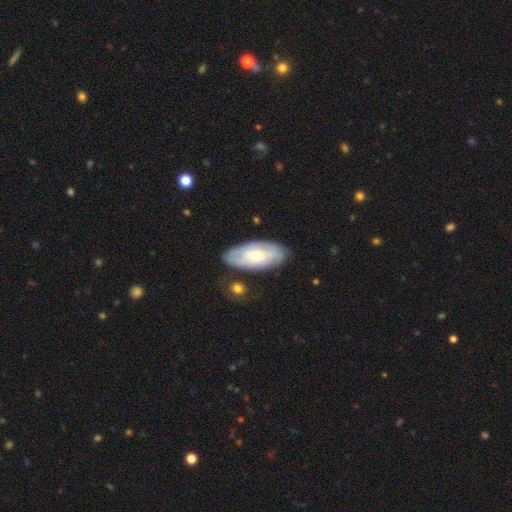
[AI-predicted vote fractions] Morphology: type=smooth (48%); merging=none (76%).